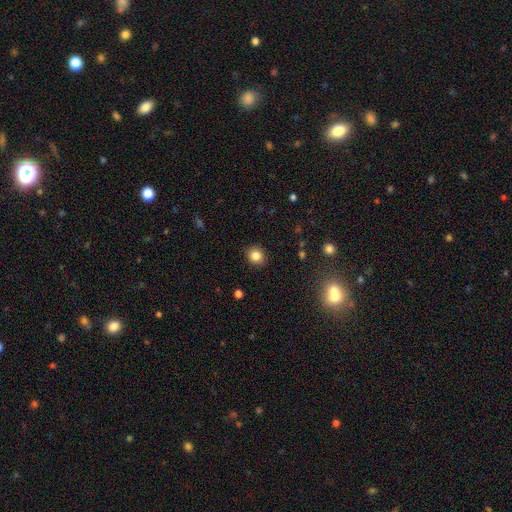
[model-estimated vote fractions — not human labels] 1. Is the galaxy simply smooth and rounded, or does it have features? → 84% smooth, 11% star or artifact, 5% featured or disk.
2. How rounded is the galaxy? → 79% round, 20% in between, 1% cigar-shaped.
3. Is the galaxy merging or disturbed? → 90% none, 7% minor disturbance, 2% major disturbance, 1% merger.